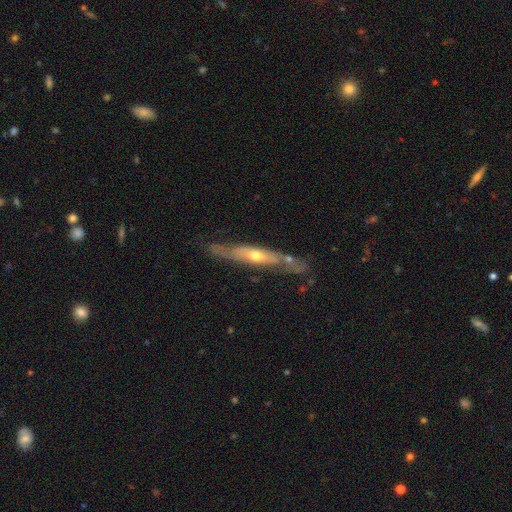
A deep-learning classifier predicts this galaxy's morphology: smooth_or_featured: featured or disk (p=0.68) [alt: smooth p=0.27]
disk_edge_on: yes (p=0.63) [alt: no p=0.37]
merging: none (p=0.67) [alt: minor disturbance p=0.20]